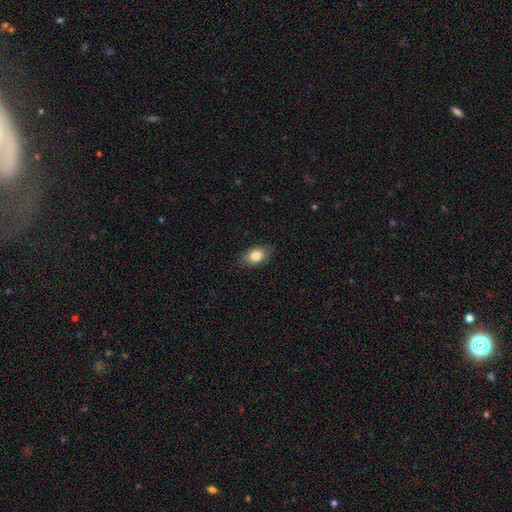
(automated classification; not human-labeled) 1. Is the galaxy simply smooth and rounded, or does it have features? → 81% smooth, 11% featured or disk, 8% star or artifact.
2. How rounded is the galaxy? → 83% in between, 14% round, 2% cigar-shaped.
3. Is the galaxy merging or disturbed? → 82% none, 14% minor disturbance, 3% major disturbance, 1% merger.